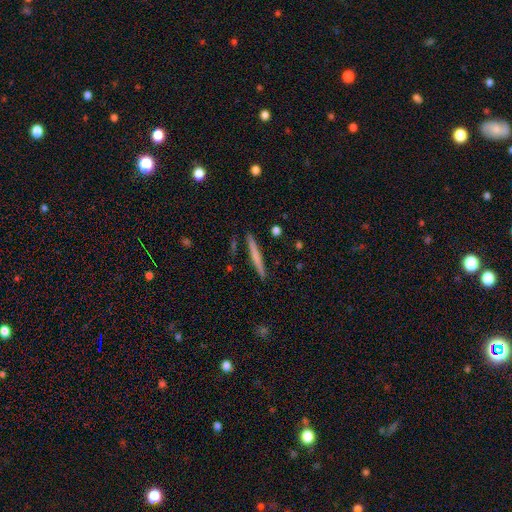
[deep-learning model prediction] Smooth or featured?
  - smooth: 60% *
  - featured or disk: 35%
  - star or artifact: 5%
How rounded?
  - cigar-shaped: 96% *
  - in between: 2%
  - round: 1%
Merging?
  - none: 91% *
  - minor disturbance: 6%
  - merger: 2%
  - major disturbance: 1%